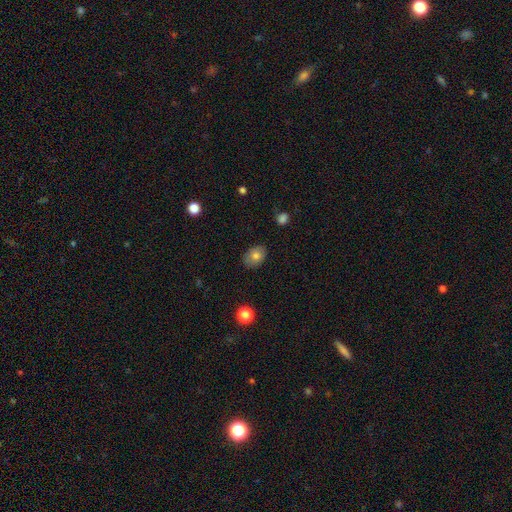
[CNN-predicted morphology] A smooth galaxy with no disk features (77%) that is in between round and cigar-shaped (70%). Merging: none (83%).